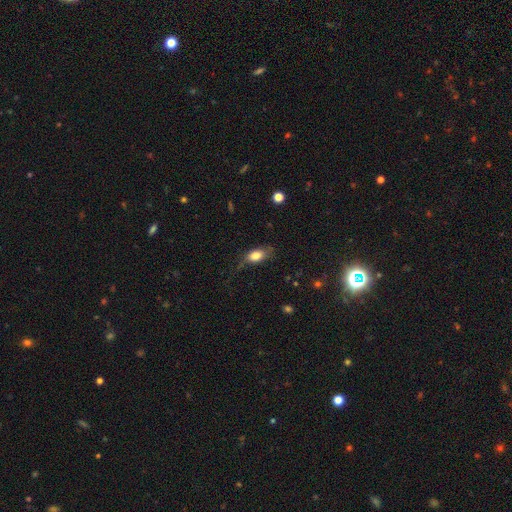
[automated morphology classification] Smooth or featured: smooth — 78% (featured or disk — 13%)
How rounded: in between — 85% (cigar-shaped — 8%)
Merging: none — 58% (minor disturbance — 27%)